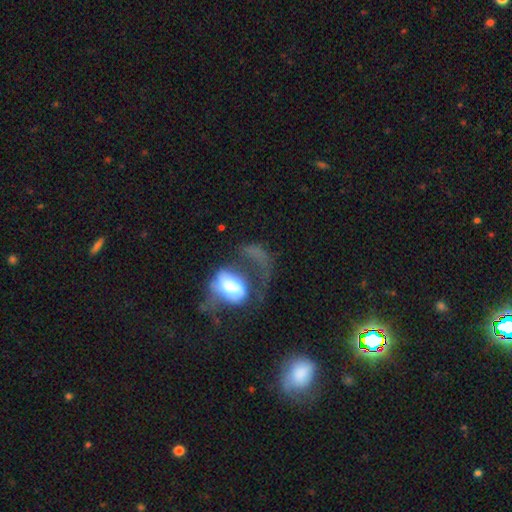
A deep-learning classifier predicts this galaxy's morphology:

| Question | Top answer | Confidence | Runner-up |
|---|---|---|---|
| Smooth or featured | featured or disk | 50% | smooth (40%) |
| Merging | major disturbance | 61% | none (16%) |